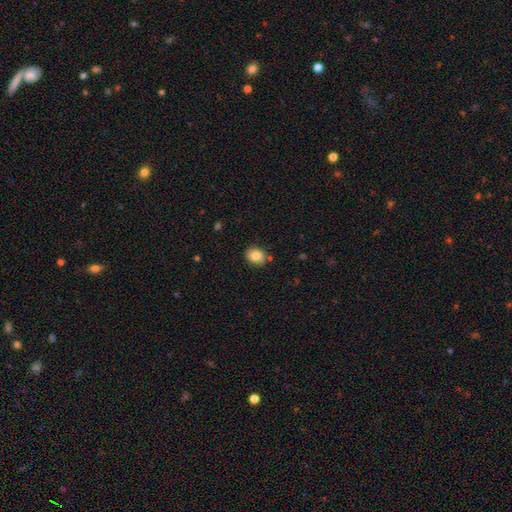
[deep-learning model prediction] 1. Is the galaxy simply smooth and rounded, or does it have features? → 80% smooth, 11% featured or disk, 9% star or artifact.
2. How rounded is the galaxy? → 54% round, 45% in between, 1% cigar-shaped.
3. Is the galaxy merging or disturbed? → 82% none, 13% minor disturbance, 3% merger, 3% major disturbance.